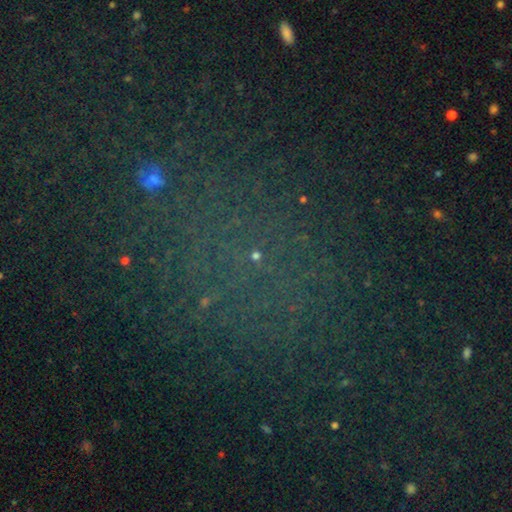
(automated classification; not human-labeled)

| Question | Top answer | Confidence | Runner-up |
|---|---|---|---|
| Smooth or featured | star or artifact | 72% | smooth (18%) |